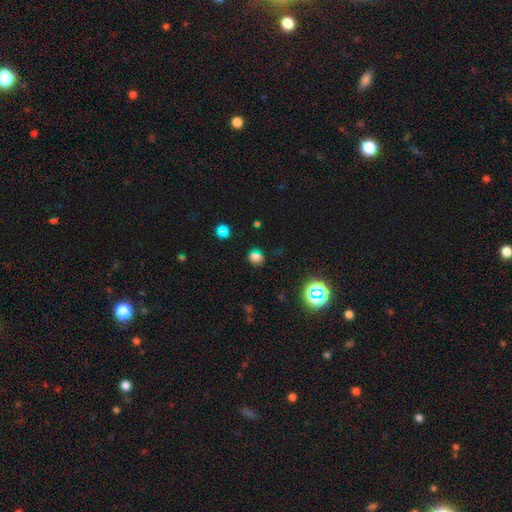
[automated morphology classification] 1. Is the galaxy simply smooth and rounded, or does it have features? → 61% smooth, 32% star or artifact, 7% featured or disk.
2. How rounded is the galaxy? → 75% round, 23% in between, 1% cigar-shaped.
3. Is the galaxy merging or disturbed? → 77% none, 13% minor disturbance, 5% merger, 4% major disturbance.